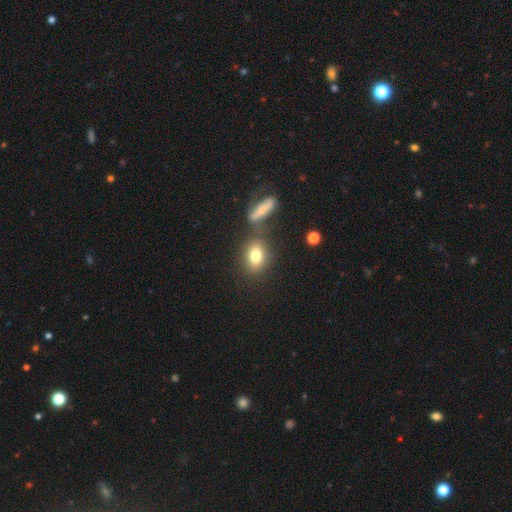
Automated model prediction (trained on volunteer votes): smooth-or-featured: smooth: 77% | featured or disk: 13% | star or artifact: 10%
  how-rounded: in between: 65% | round: 30% | cigar-shaped: 4%
  merging: none: 68% | merger: 16% | minor disturbance: 11% | major disturbance: 5%